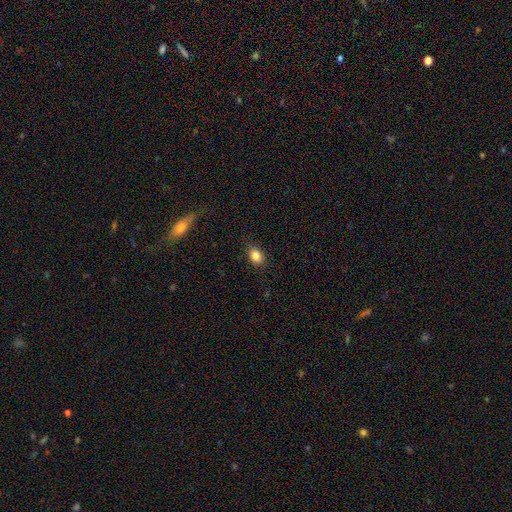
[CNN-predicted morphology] type=smooth (84%); roundness=in between (66%); merging=none (85%).